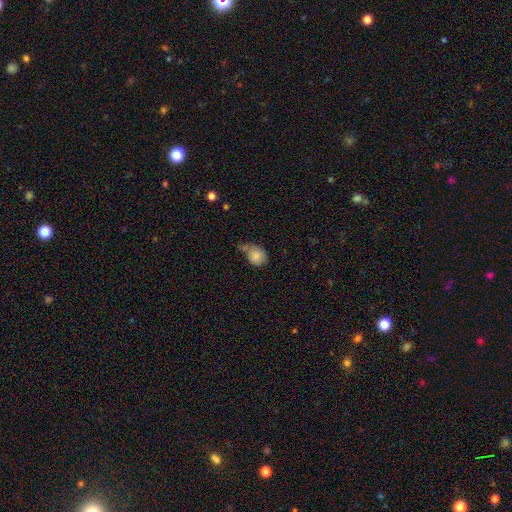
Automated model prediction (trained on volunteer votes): This is clearly a smooth galaxy (82%). How rounded: possibly round (55%). Merging: marginally none (36%).